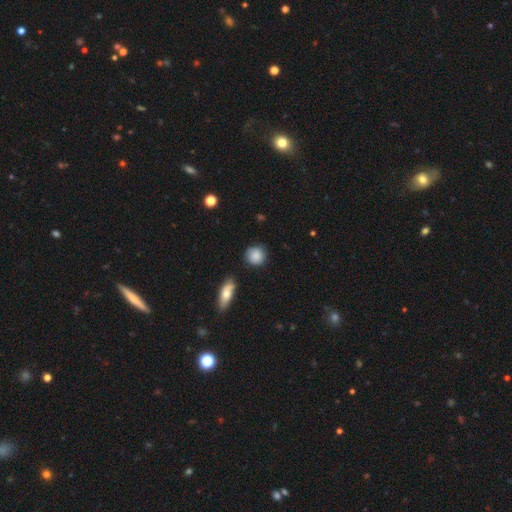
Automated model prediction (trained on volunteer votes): Smooth or featured?
  - smooth: 82% *
  - featured or disk: 10%
  - star or artifact: 8%
How rounded?
  - round: 87% *
  - in between: 12%
  - cigar-shaped: 2%
Merging?
  - none: 79% *
  - minor disturbance: 15%
  - major disturbance: 3%
  - merger: 3%